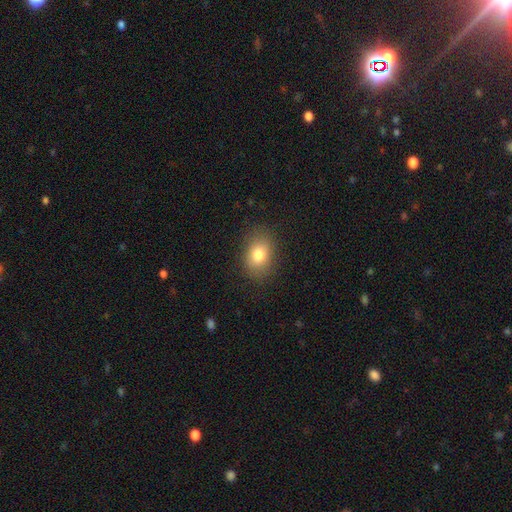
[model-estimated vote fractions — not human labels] Morphology: type=smooth (78%); roundness=in between (67%); merging=none (86%).